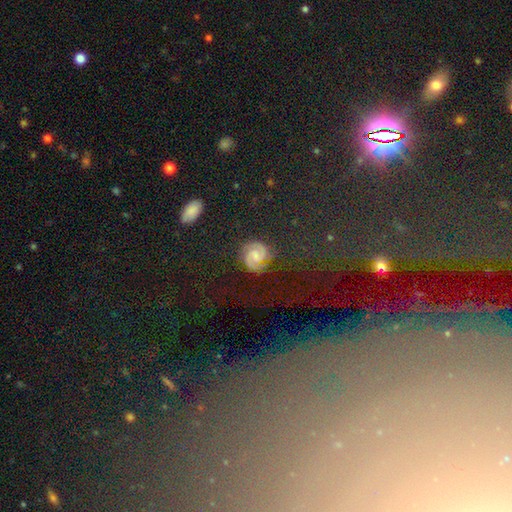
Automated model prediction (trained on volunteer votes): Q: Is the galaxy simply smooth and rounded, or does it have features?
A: featured or disk — 67%.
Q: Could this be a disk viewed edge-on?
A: no — 98%.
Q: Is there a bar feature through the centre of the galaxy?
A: no — 47%.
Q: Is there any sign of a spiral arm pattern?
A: yes — 96%.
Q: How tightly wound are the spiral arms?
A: medium — 45%, tied with tight.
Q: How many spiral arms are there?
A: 2 — 89%.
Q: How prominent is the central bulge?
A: small — 38%.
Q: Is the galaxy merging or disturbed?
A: none — 81%.